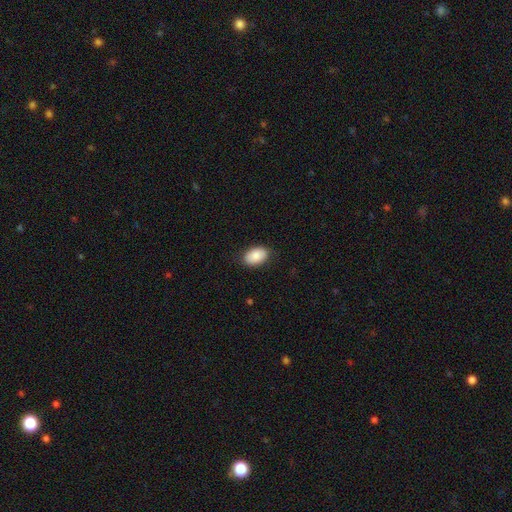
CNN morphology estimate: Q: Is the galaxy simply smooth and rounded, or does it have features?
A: smooth — 88%.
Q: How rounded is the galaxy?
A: in between — 91%.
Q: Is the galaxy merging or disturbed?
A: none — 86%.